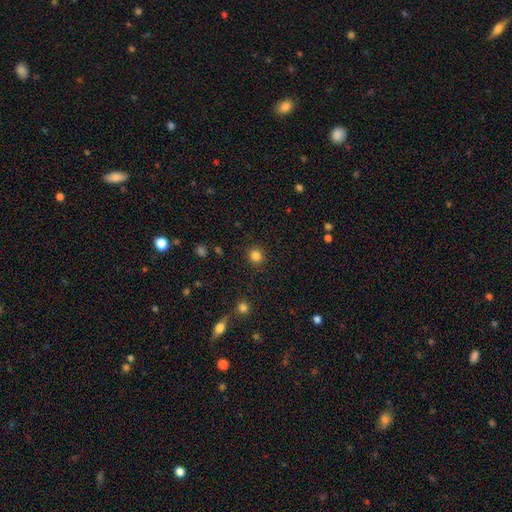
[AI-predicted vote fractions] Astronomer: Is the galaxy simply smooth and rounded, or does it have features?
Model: smooth — 83%.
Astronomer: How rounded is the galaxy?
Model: round — 90%.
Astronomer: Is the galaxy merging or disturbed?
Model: none — 90%.